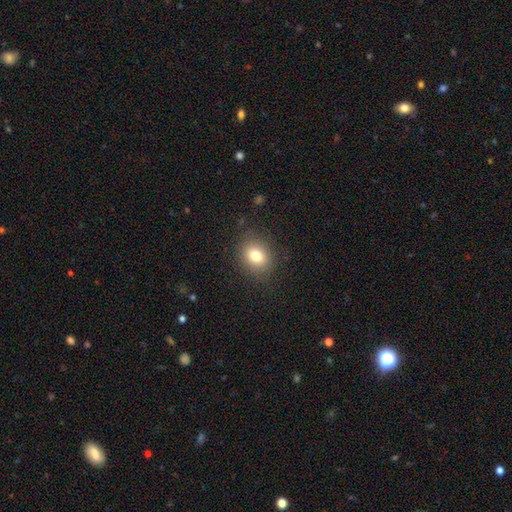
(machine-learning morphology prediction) This is likely a smooth galaxy (80%). How rounded: possibly round (59%). Merging: clearly none (86%).